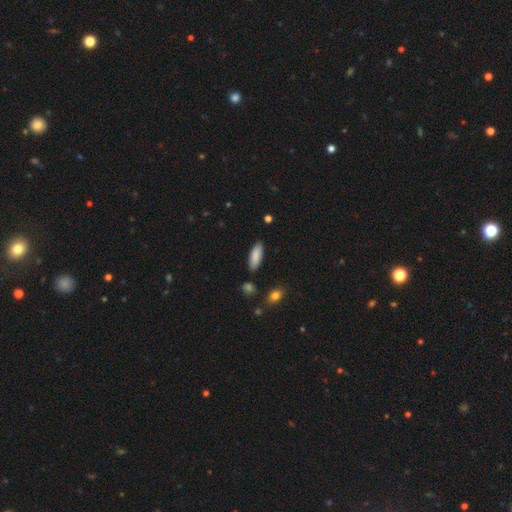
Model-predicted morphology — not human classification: Smooth or featured?
  - smooth: 88% *
  - featured or disk: 6%
  - star or artifact: 6%
How rounded?
  - in between: 67% *
  - cigar-shaped: 32%
  - round: 2%
Merging?
  - none: 86% *
  - minor disturbance: 10%
  - major disturbance: 2%
  - merger: 2%